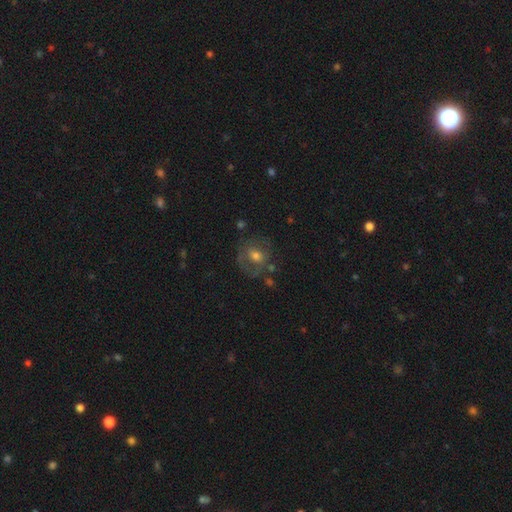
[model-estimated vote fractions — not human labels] Q: Smooth or featured?
A: smooth (45%); runner-up: featured or disk (43%)
Q: Merging?
A: none (65%); runner-up: minor disturbance (19%)